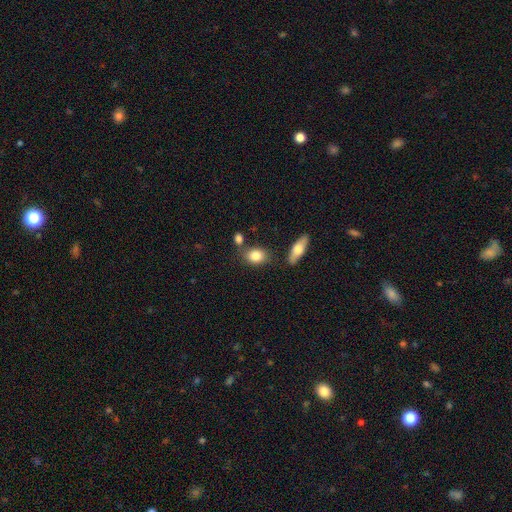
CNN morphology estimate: The model was most divided on "how rounded": in between: 67%, round: 30%, cigar-shaped: 3%. More confident: smooth or featured — smooth (82%); merging — none (71%).